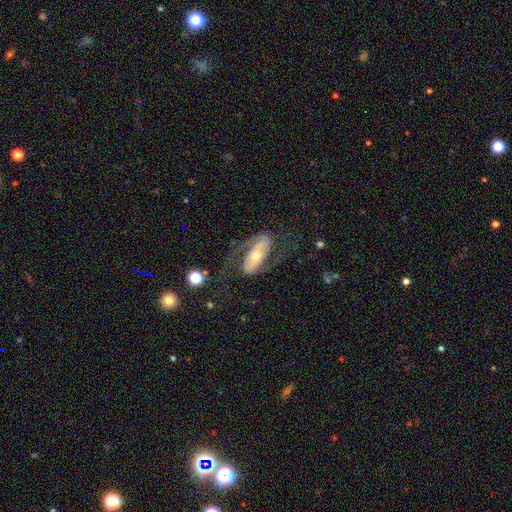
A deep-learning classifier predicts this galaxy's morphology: smooth-or-featured: featured or disk: 84% | smooth: 11% | star or artifact: 5%
  disk-edge-on: no: 94% | yes: 6%
    bar: strong: 43% | no: 28% | weak: 28%
    has-spiral-arms: yes: 92% | no: 8%
      spiral-winding: medium: 46% | loose: 38% | tight: 16%
      spiral-arm-count: 2: 90% | can't tell: 3% | 1: 3% | 3: 1% | 4: 1% | more than 4: 1%
    bulge-size: moderate: 62% | small: 30% | large: 6% | dominant: 1% | none: 1%
  merging: none: 66% | major disturbance: 18% | minor disturbance: 14% | merger: 2%